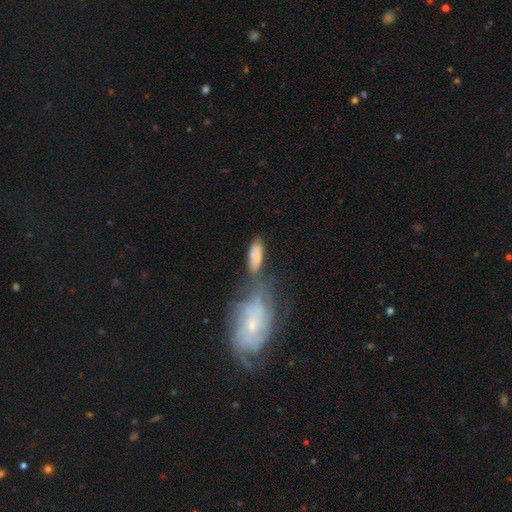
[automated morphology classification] The model was most divided on "merging": none: 38%, merger: 34%, minor disturbance: 18%, major disturbance: 10%. More confident: how rounded — in between (72%); smooth or featured — smooth (67%).